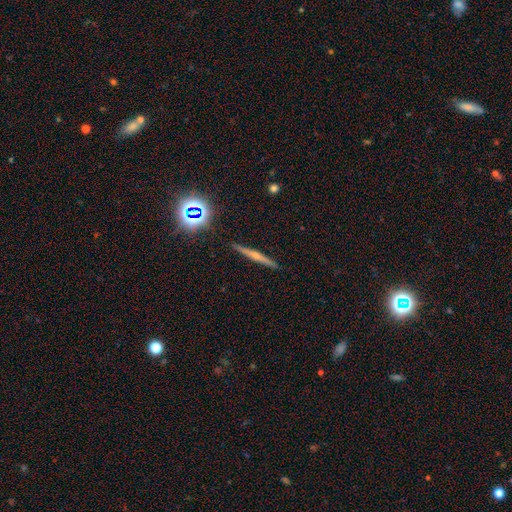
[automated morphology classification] Overall: featured or disk (61%; smooth 26%). Edge-on disk: yes (97%). Edge-on bulge: rounded (76%). Merging: none (91%).